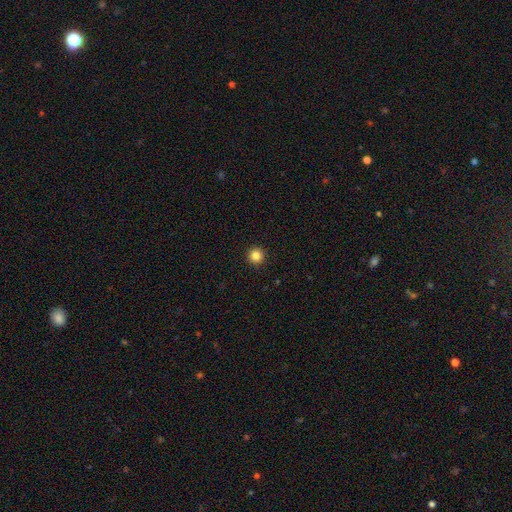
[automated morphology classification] A smooth galaxy with no disk features (84%) that is round (96%).

Vote fractions:
- Smooth or featured? smooth: 84% / star or artifact: 11% / featured or disk: 4%
- How rounded? round: 96% / in between: 3% / cigar-shaped: 1%
- Merging? none: 94% / minor disturbance: 4% / major disturbance: 1% / merger: 1%